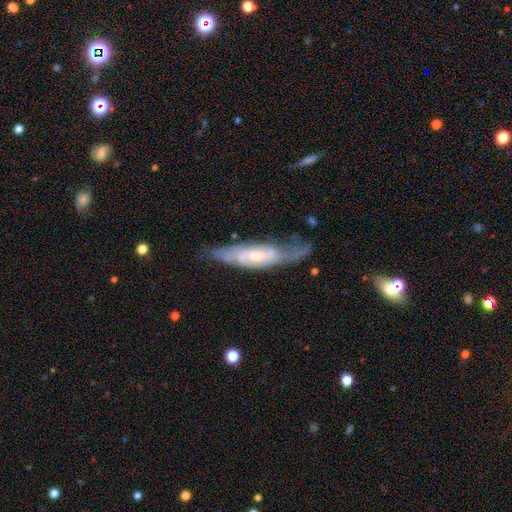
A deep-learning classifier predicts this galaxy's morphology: smooth_or_featured: featured or disk (p=0.82) [alt: smooth p=0.12]
disk_edge_on: no (p=0.78) [alt: yes p=0.22]
bar: weak (p=0.47) [alt: no p=0.41]
has_spiral_arms: yes (p=0.93) [alt: no p=0.07]
spiral_winding: medium (p=0.43) [alt: tight p=0.42]
spiral_arm_count: 2 (p=0.52) [alt: can't tell p=0.30]
bulge_size: moderate (p=0.51) [alt: small p=0.40]
merging: none (p=0.57) [alt: minor disturbance p=0.26]